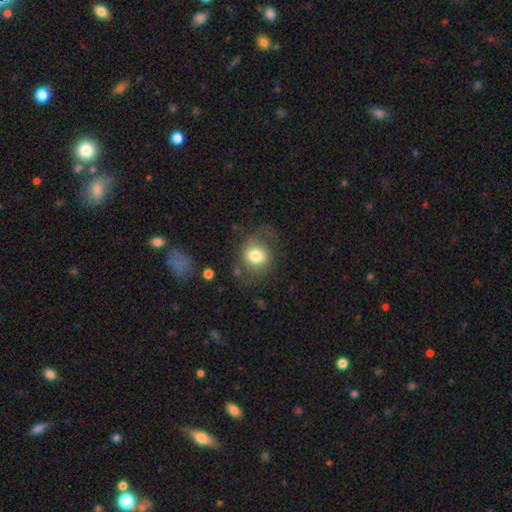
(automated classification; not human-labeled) smooth_or_featured: smooth (p=0.71) [alt: featured or disk p=0.20]
how_rounded: round (p=0.62) [alt: in between p=0.37]
merging: none (p=0.59) [alt: minor disturbance p=0.22]